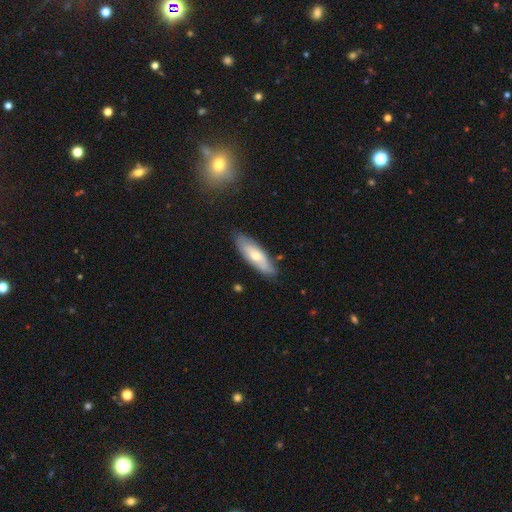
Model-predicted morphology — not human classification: smooth_or_featured: smooth (p=0.49) [alt: featured or disk p=0.44]
merging: none (p=0.79) [alt: minor disturbance p=0.17]